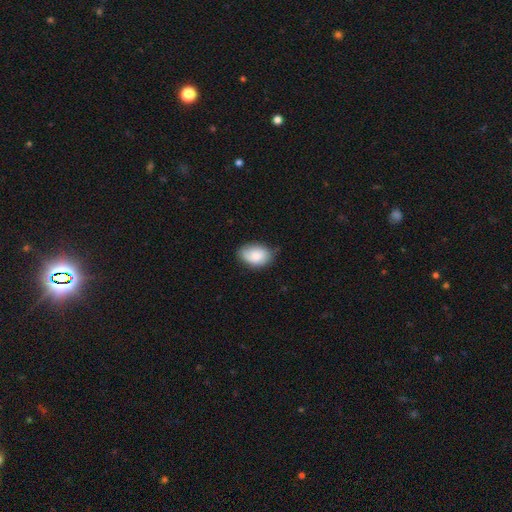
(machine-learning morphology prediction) A smooth galaxy with no disk features (82%) that is in between round and cigar-shaped (86%). Merging: none (70%).